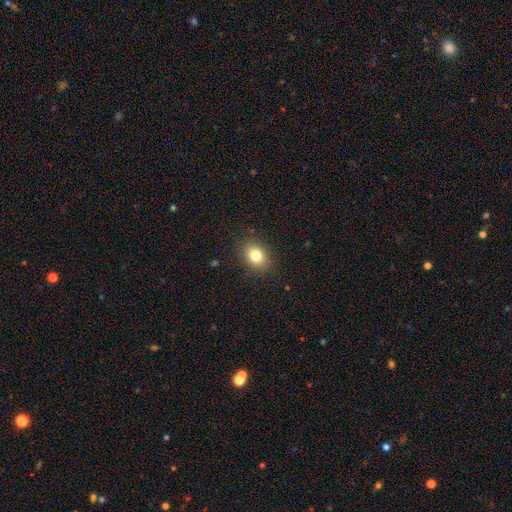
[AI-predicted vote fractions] Q: Smooth or featured?
A: smooth (81%); runner-up: star or artifact (10%)
Q: How rounded?
A: in between (62%); runner-up: round (37%)
Q: Merging?
A: none (88%); runner-up: minor disturbance (8%)